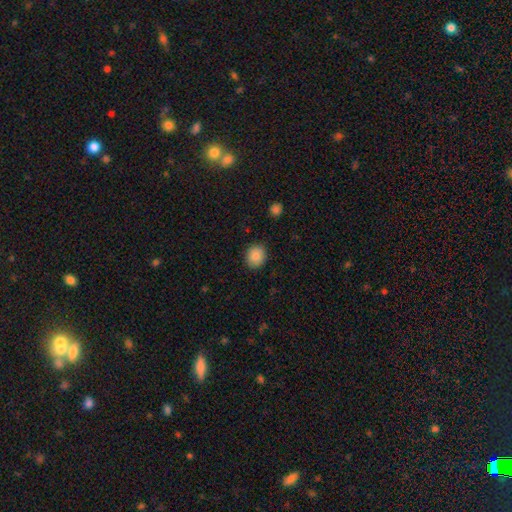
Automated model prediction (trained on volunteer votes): Smooth or featured? smooth (88%)
How rounded? round (68%)
Merging? none (89%)